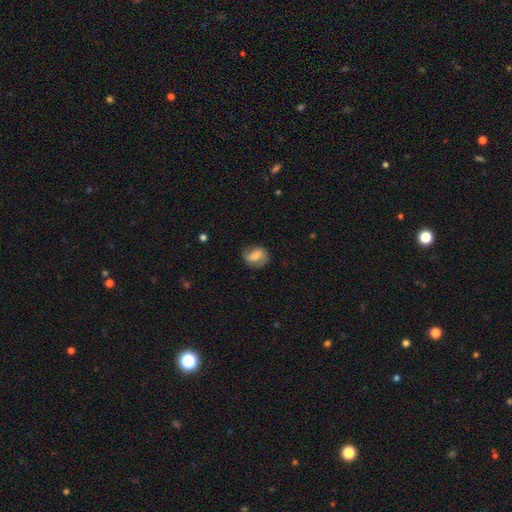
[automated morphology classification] smooth-or-featured: smooth: 56% | featured or disk: 36% | star or artifact: 9%
  how-rounded: round: 49% (tied) | in between: 49% (tied) | cigar-shaped: 2%
  merging: none: 69% | minor disturbance: 21% | major disturbance: 8% | merger: 1%